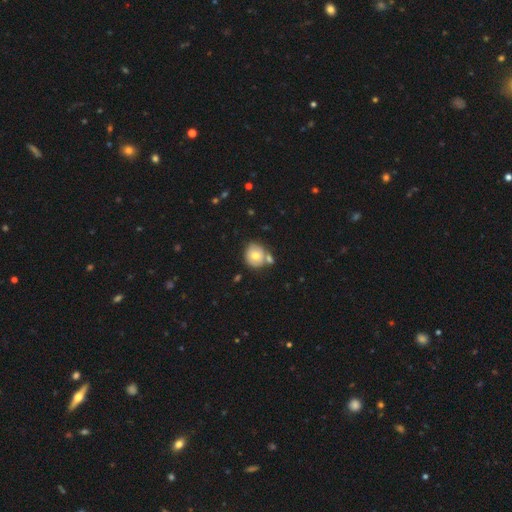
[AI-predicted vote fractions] This is likely a smooth galaxy (70%). How rounded: clearly round (82%). Merging: possibly none (57%).